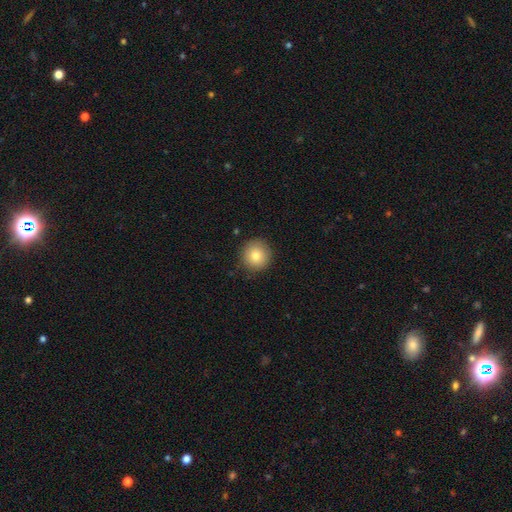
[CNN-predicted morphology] The model was most divided on "smooth or featured": smooth: 81%, star or artifact: 10%, featured or disk: 9%. More confident: how rounded — round (94%); merging — none (90%).